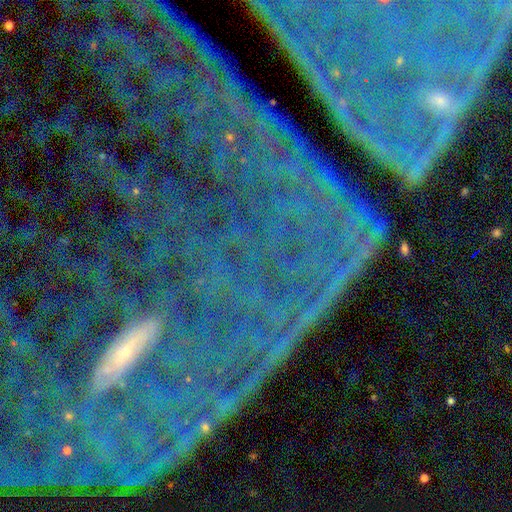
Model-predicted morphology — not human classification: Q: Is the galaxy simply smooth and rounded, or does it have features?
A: star or artifact — 79%.